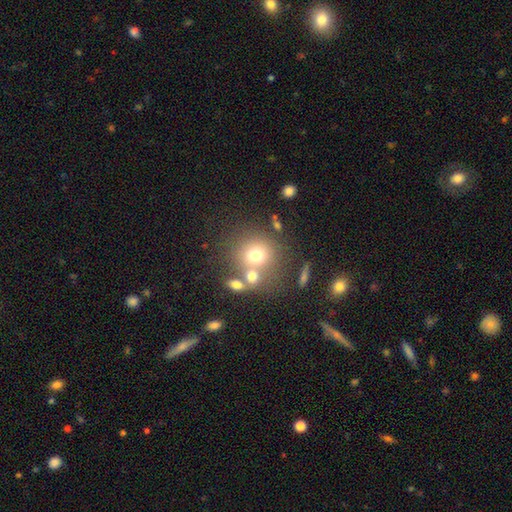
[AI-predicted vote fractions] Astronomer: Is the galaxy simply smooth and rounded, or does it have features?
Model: smooth — 70%.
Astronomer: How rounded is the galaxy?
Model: round — 85%.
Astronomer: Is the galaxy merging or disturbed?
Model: none — 56%.